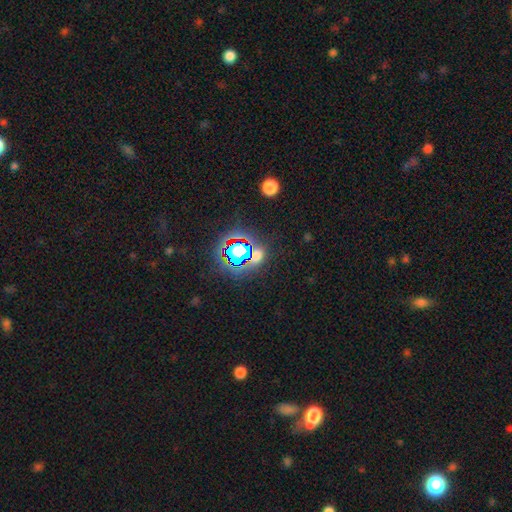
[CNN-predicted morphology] This is likely a star or artifact rather than a galaxy (68%).